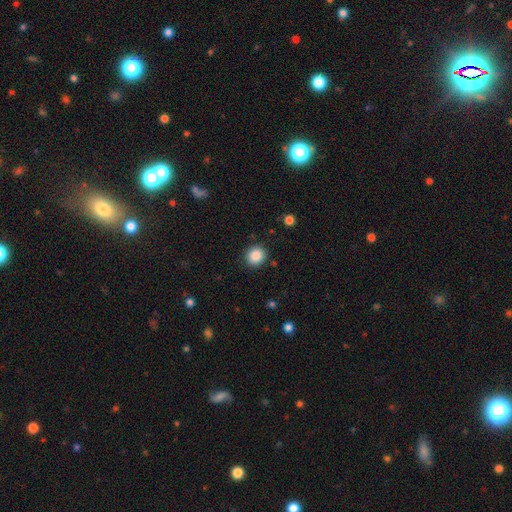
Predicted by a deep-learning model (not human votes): Smooth or featured: smooth — 87% (star or artifact — 9%)
How rounded: round — 82% (in between — 17%)
Merging: none — 89% (minor disturbance — 7%)